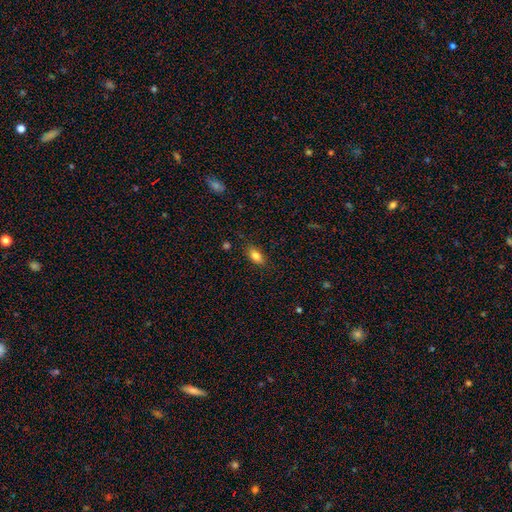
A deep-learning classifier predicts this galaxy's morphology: smooth 82%, featured or disk 9%, star or artifact 9%. Down the decision tree: how rounded — in between (87%); merging — none (84%).